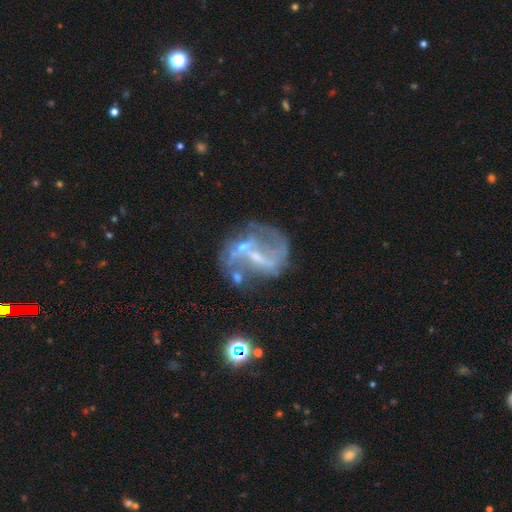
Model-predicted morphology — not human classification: This is likely a featured or disk galaxy (79%). It is clearly not viewed edge-on (97%). Bar: marginally weak (43%). Spiral arm pattern: likely yes (78%). Spiral arm count: likely 2 (73%). Spiral winding: possibly loose (54%). Central bulge: possibly small (54%). Merging: possibly none (49%).